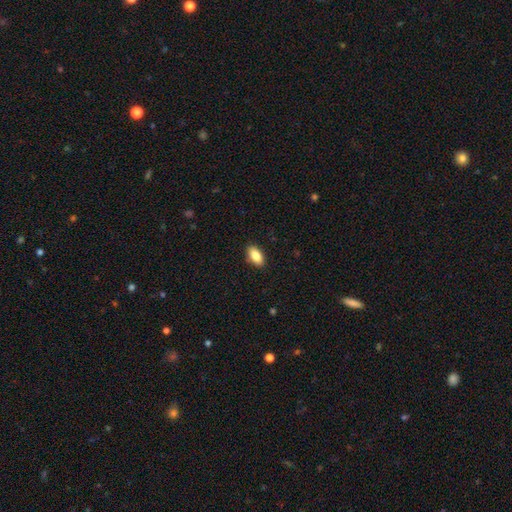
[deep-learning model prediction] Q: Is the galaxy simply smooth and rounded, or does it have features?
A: smooth — 87%.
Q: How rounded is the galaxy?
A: in between — 92%.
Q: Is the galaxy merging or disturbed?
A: none — 88%.